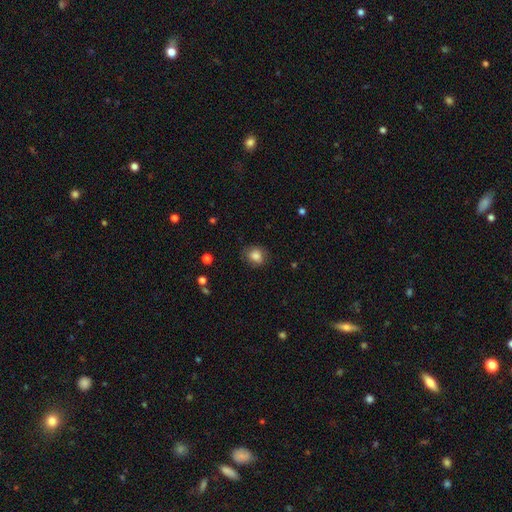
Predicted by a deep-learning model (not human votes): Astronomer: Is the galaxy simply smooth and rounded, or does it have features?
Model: smooth — 82%.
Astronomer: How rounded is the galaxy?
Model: round — 64%.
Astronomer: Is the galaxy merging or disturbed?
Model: none — 78%.